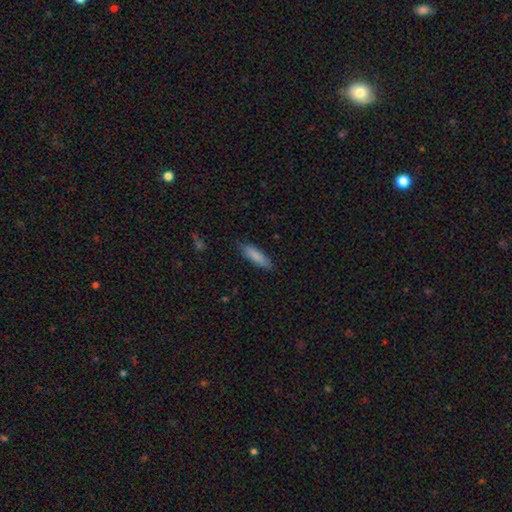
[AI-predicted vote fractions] Smooth or featured?
  - smooth: 85% *
  - featured or disk: 9%
  - star or artifact: 6%
How rounded?
  - cigar-shaped: 58% *
  - in between: 40%
  - round: 2%
Merging?
  - none: 84% *
  - minor disturbance: 13%
  - major disturbance: 2%
  - merger: 1%